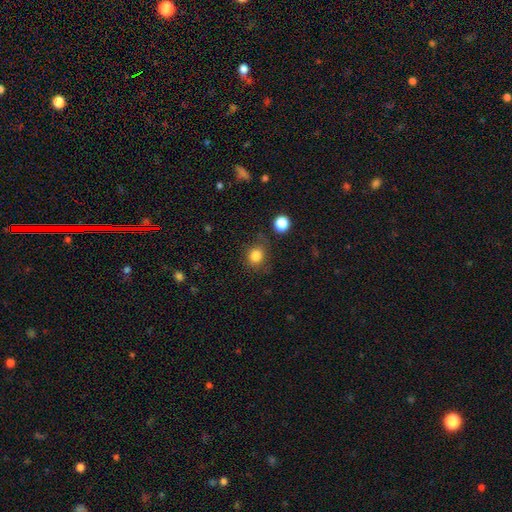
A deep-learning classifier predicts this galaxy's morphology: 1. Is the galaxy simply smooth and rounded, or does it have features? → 83% smooth, 11% star or artifact, 5% featured or disk.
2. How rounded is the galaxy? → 73% round, 26% in between, 1% cigar-shaped.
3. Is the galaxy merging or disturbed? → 73% none, 17% minor disturbance, 6% major disturbance, 4% merger.